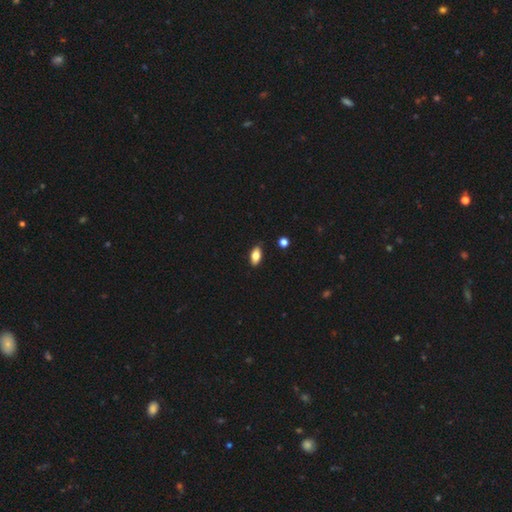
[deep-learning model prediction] This appears to be a smooth galaxy with no disk features (80%) that is in between round and cigar-shaped (89%). Merging: none (86%).